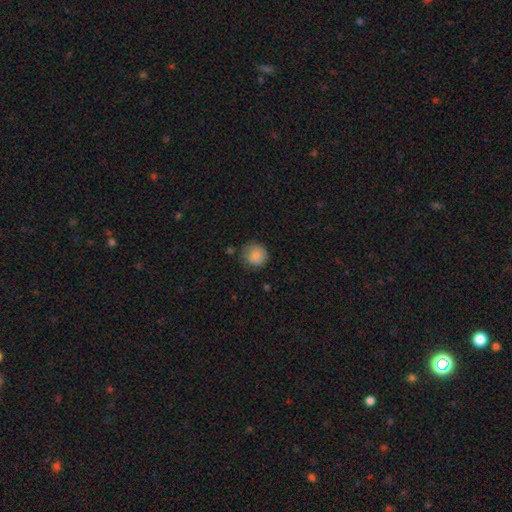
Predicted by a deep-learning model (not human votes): This is clearly a smooth galaxy (82%). How rounded: clearly round (91%). Merging: likely none (73%).